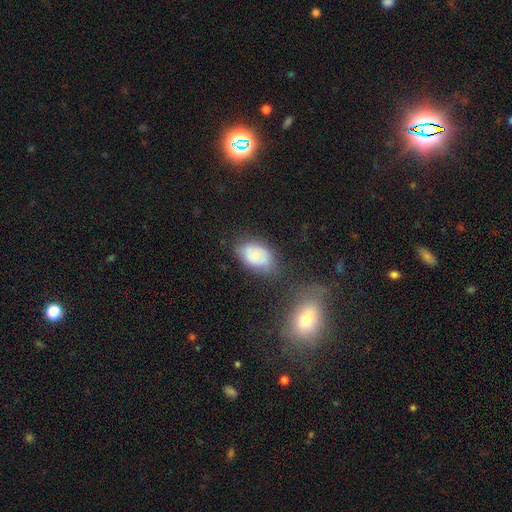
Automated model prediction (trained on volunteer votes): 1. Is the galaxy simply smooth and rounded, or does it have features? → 60% smooth, 30% featured or disk, 9% star or artifact.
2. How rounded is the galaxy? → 88% in between, 11% round, 2% cigar-shaped.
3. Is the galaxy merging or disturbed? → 65% none, 22% minor disturbance, 7% major disturbance, 6% merger.